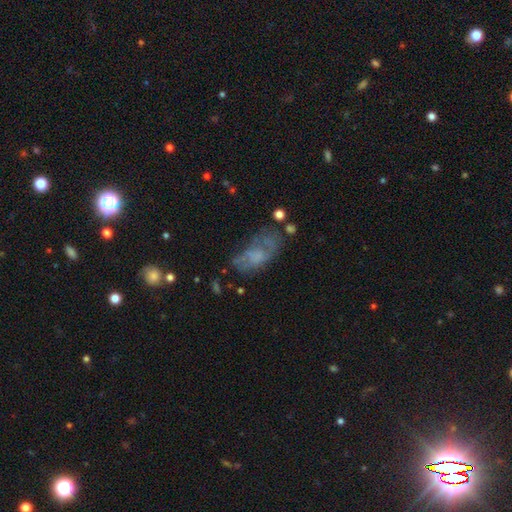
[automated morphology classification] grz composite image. It shows a smooth galaxy with no disk features (44%). Merging: none (40%).